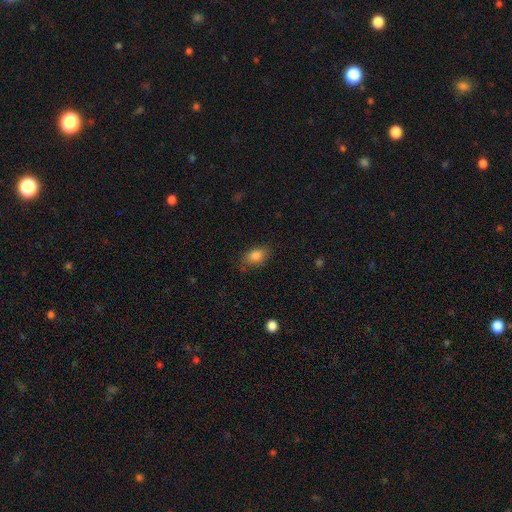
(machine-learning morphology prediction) smooth_or_featured: smooth (p=0.83) [alt: star or artifact p=0.09]
how_rounded: in between (p=0.82) [alt: round p=0.16]
merging: none (p=0.75) [alt: minor disturbance p=0.19]